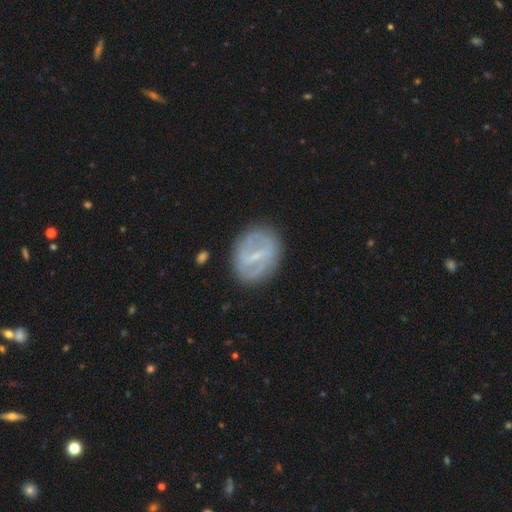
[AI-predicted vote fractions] featured or disk 74%, smooth 20%, star or artifact 6%. Down the decision tree: edge-on disk — no (95%); bar — strong (56%); spiral arms — yes (65%); bulge size — small (67%); merging — none (80%).